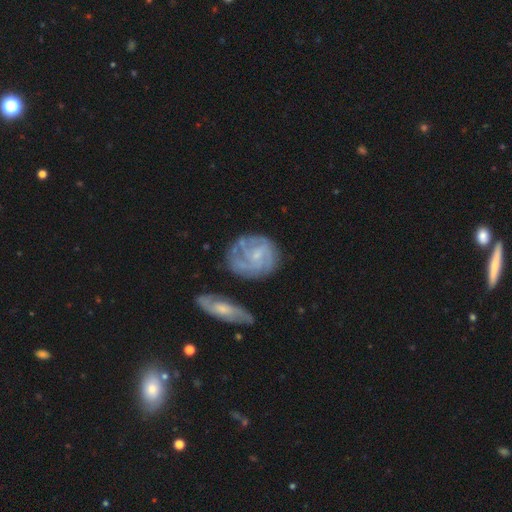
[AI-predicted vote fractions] Smooth or featured? Predicted: featured or disk (p=0.75). Edge-on disk? Predicted: no (p=0.97). Bar? Predicted: no (p=0.54). Spiral arms? Predicted: yes (p=0.86). Spiral winding? Predicted: tight (p=0.57). Spiral arm count? Predicted: can't tell (p=0.37). Bulge size? Predicted: small (p=0.61). Merging? Predicted: none (p=0.66).